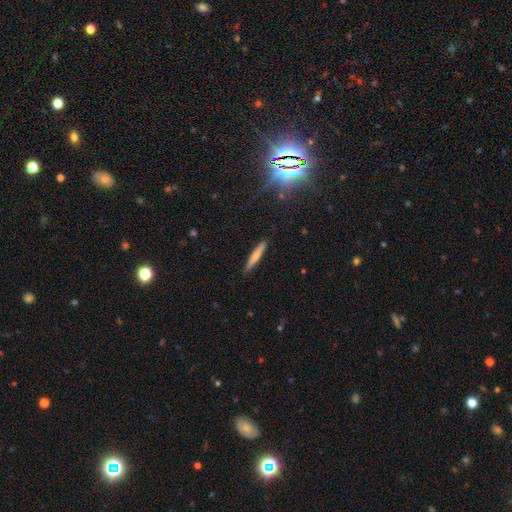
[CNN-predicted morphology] smooth_or_featured: smooth (p=0.64) [alt: featured or disk p=0.29]
how_rounded: cigar-shaped (p=0.95) [alt: in between p=0.03]
merging: none (p=0.89) [alt: minor disturbance p=0.08]